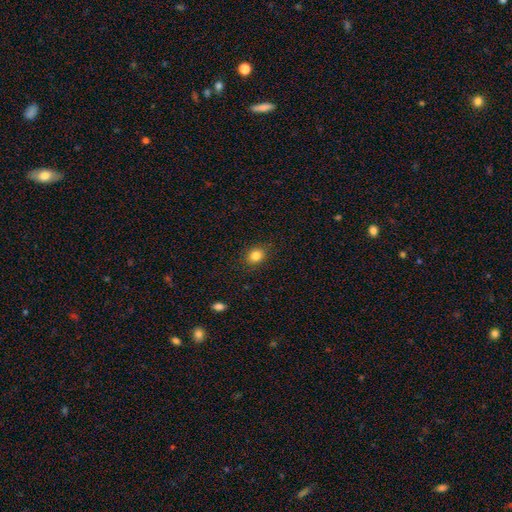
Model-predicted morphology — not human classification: Smooth or featured?
  - smooth: 83% *
  - star or artifact: 11%
  - featured or disk: 6%
How rounded?
  - round: 54% *
  - in between: 45%
  - cigar-shaped: 1%
Merging?
  - none: 87% *
  - minor disturbance: 9%
  - major disturbance: 3%
  - merger: 1%